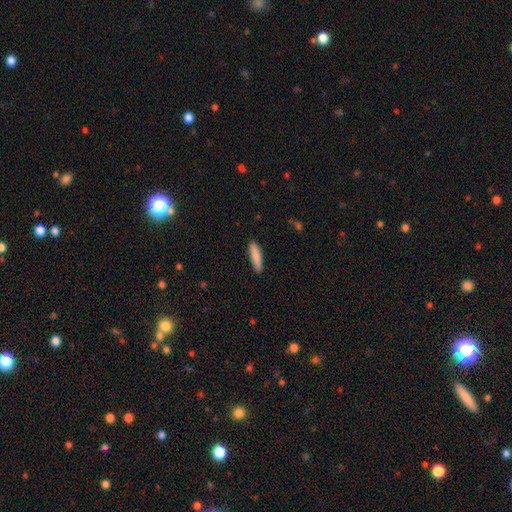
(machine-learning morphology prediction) Smooth or featured? smooth (86%)
How rounded? cigar-shaped (77%)
Merging? none (89%)